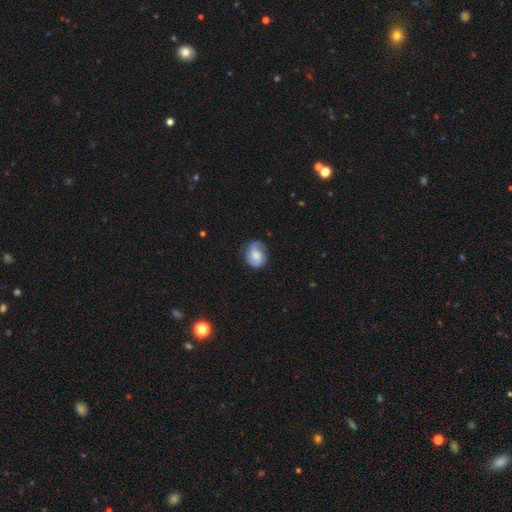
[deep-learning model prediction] Smooth or featured: smooth — 48% (featured or disk — 44%)
Merging: none — 62% (minor disturbance — 26%)